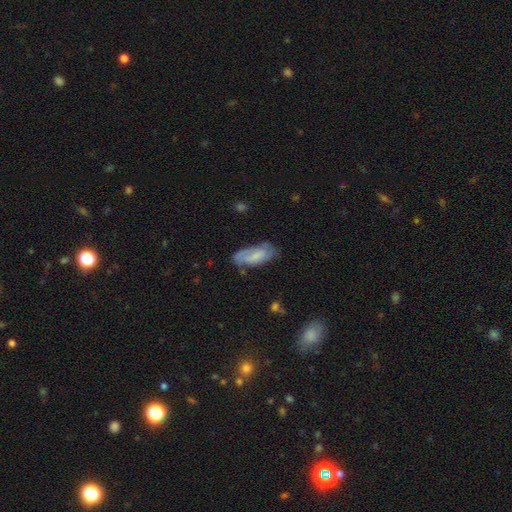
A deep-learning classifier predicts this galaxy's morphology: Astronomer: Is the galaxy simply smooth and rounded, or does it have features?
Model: smooth — 57% (runner-up: featured or disk, 36%).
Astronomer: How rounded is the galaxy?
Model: in between — 79%.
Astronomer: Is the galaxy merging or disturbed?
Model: none — 61%.